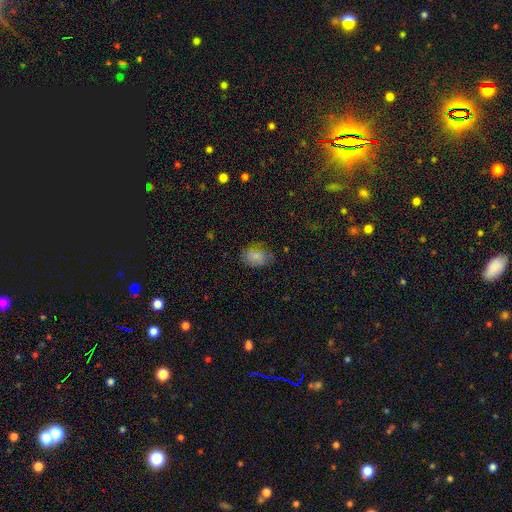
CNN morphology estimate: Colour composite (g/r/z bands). It shows a smooth galaxy with no disk features (79%) that is in between round and cigar-shaped (80%). Merging: none (64%).